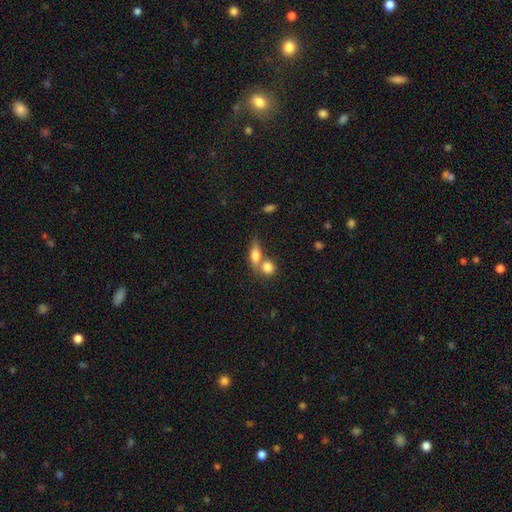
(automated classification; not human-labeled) smooth-or-featured: smooth: 69% | featured or disk: 23% | star or artifact: 9%
  how-rounded: in between: 58% | cigar-shaped: 24% | round: 17%
  merging: merger: 45% | none: 41% | minor disturbance: 10% | major disturbance: 5%